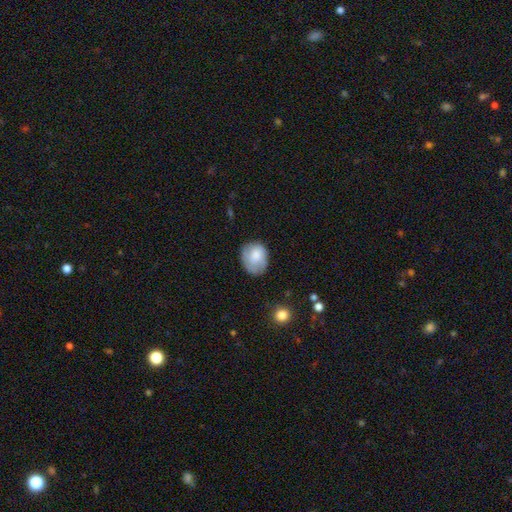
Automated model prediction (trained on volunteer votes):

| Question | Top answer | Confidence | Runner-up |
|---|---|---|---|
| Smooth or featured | smooth | 72% | featured or disk (21%) |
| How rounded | round | 52% | in between (48%) |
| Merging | none | 64% | minor disturbance (26%) |